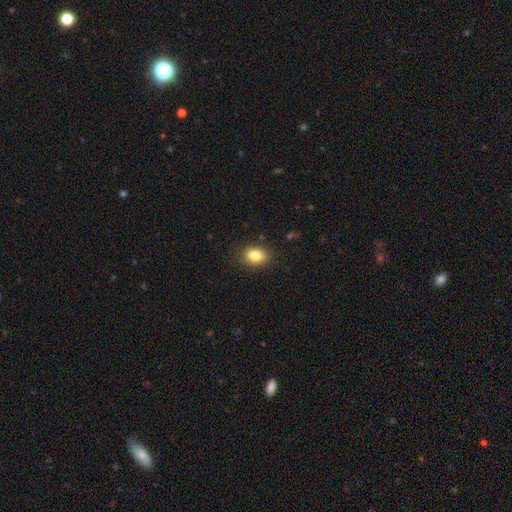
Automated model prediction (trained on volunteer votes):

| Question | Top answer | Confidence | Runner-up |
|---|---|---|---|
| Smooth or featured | smooth | 85% | star or artifact (9%) |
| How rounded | in between | 78% | round (20%) |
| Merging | none | 84% | minor disturbance (12%) |